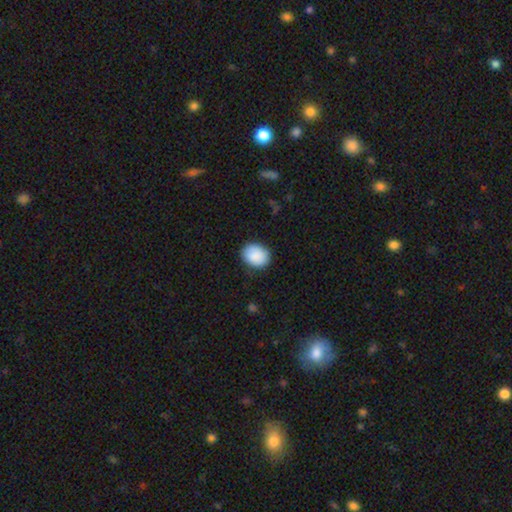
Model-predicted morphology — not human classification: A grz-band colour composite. It shows a smooth galaxy with no disk features (89%) that is in between round and cigar-shaped (56%). Merging: none (84%).